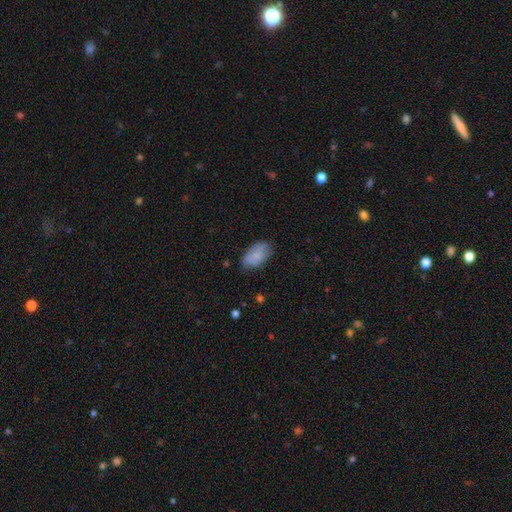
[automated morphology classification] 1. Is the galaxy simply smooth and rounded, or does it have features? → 78% smooth, 15% featured or disk, 7% star or artifact.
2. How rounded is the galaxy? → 93% in between, 5% round, 2% cigar-shaped.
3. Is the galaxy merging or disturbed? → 71% none, 23% minor disturbance, 5% major disturbance, 2% merger.